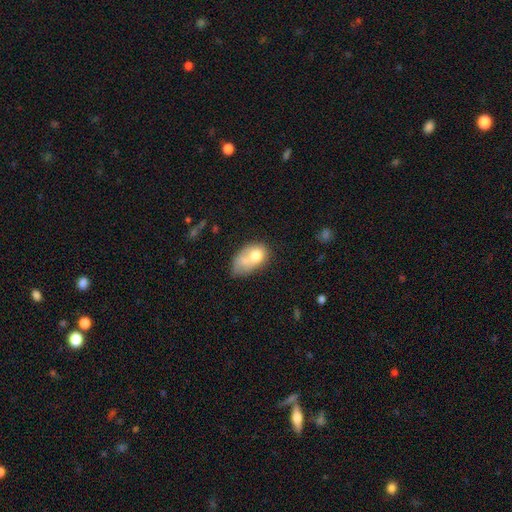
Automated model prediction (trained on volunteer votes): The model was most divided on "merging": merger: 44%, minor disturbance: 20%, none: 19%, major disturbance: 17%. More confident: how rounded — in between (80%); smooth or featured — smooth (67%).